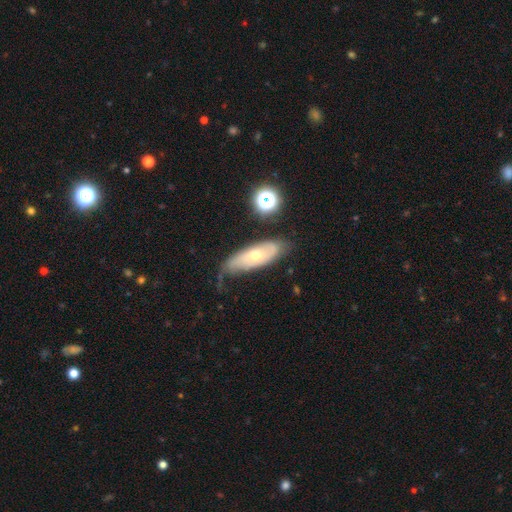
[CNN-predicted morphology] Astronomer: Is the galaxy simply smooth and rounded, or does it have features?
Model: featured or disk — 48% (runner-up: smooth, 44%).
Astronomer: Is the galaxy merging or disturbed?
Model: none — 56%.